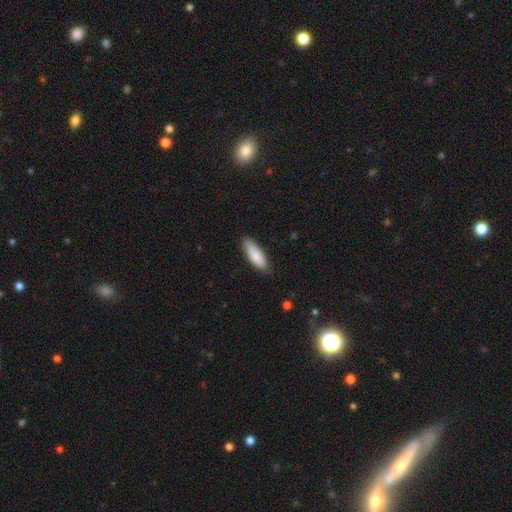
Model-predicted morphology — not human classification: A smooth galaxy with no disk features (85%) that is in between round and cigar-shaped (61%). Merging: none (83%).